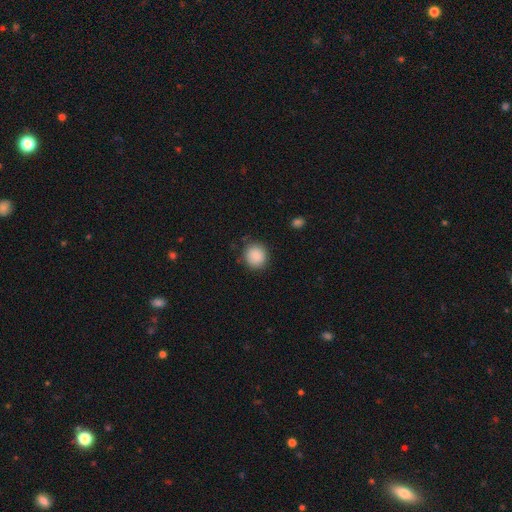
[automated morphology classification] Overall: smooth (87%). How rounded: round (90%). Merging: none (86%).